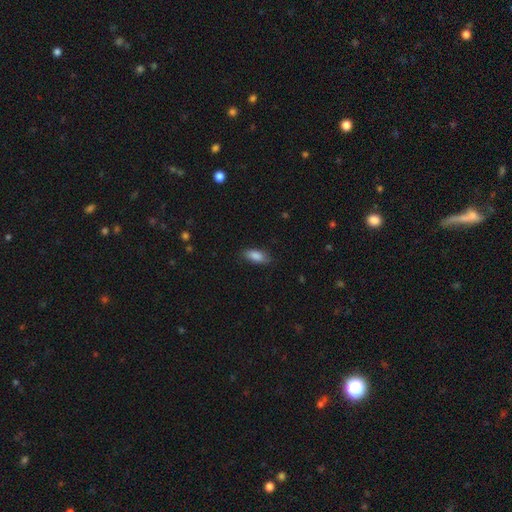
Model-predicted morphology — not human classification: This appears to be a smooth galaxy with no disk features (87%) that is in between round and cigar-shaped (81%). Merging: none (81%).